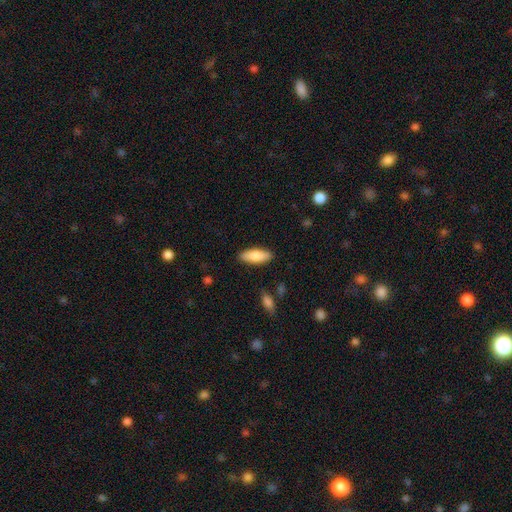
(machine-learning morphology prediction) A smooth galaxy with no disk features (81%) that is in between round and cigar-shaped (67%). Merging: none (87%).